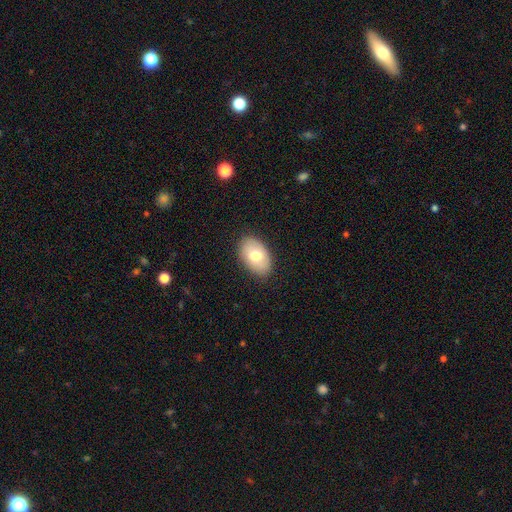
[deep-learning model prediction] smooth_or_featured: smooth (p=0.72) [alt: featured or disk p=0.20]
how_rounded: in between (p=0.90) [alt: round p=0.09]
merging: none (p=0.85) [alt: minor disturbance p=0.12]